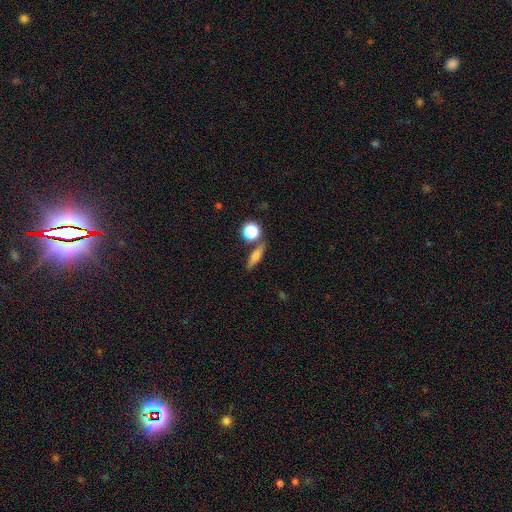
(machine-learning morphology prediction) smooth 52%, featured or disk 37%, star or artifact 10%. Down the decision tree: how rounded — cigar-shaped (53%); merging — none (76%).